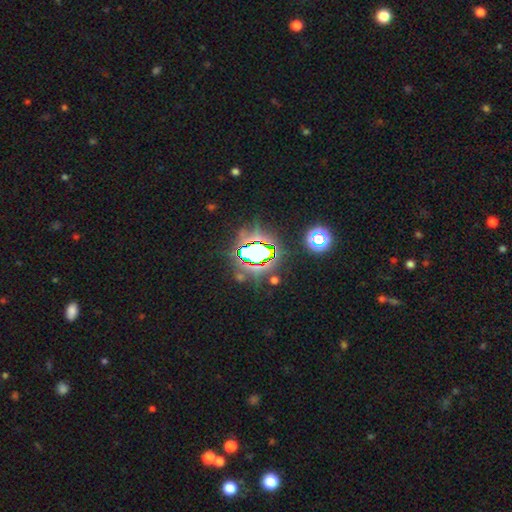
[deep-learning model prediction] A star or artifact, not a galaxy (71%).

Vote fractions:
- Smooth or featured? star or artifact: 71% / smooth: 17% / featured or disk: 12%